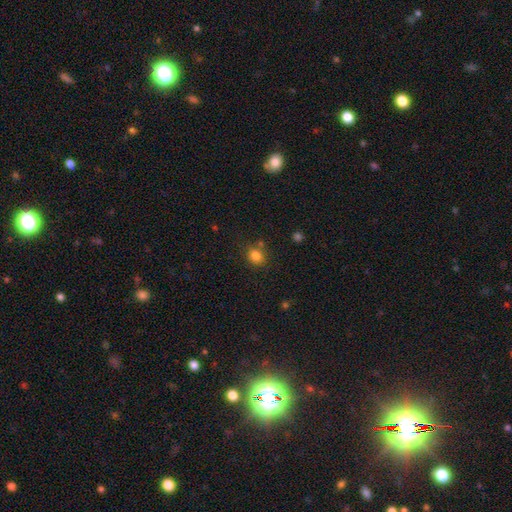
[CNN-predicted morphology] Q: Smooth or featured?
A: smooth (82%); runner-up: star or artifact (12%)
Q: How rounded?
A: round (71%); runner-up: in between (28%)
Q: Merging?
A: none (76%); runner-up: minor disturbance (12%)